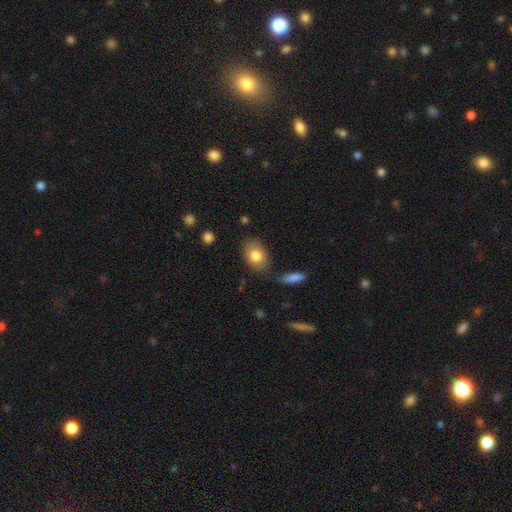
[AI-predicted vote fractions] A smooth galaxy with no disk features (79%) that is in between round and cigar-shaped (81%).

Vote fractions:
- Smooth or featured? smooth: 79% / featured or disk: 14% / star or artifact: 7%
- How rounded? in between: 81% / round: 17% / cigar-shaped: 1%
- Merging? none: 71% / minor disturbance: 18% / merger: 5% / major disturbance: 5%